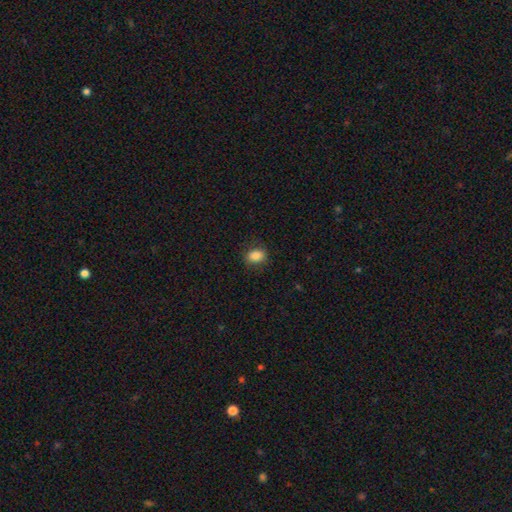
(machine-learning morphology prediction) type=smooth (85%); roundness=in between (59%); merging=none (84%).